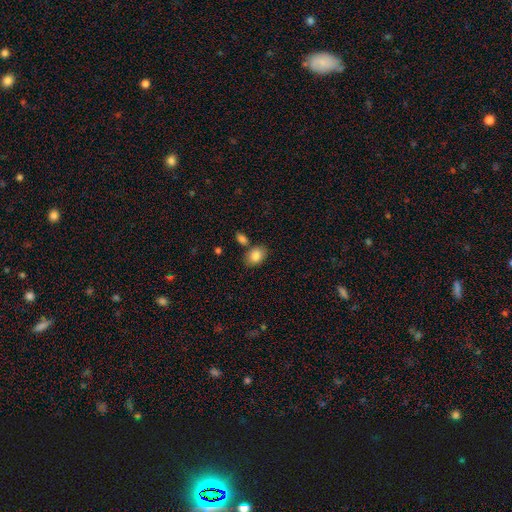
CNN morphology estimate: Smooth or featured: smooth — 85% (star or artifact — 8%)
How rounded: in between — 76% (round — 23%)
Merging: none — 72% (minor disturbance — 13%)